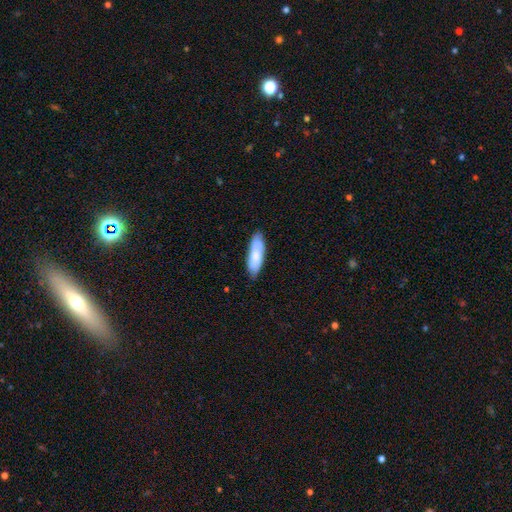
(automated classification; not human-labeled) Q: Smooth or featured?
A: smooth (75%); runner-up: featured or disk (19%)
Q: How rounded?
A: in between (53%); runner-up: cigar-shaped (45%)
Q: Merging?
A: none (79%); runner-up: minor disturbance (17%)